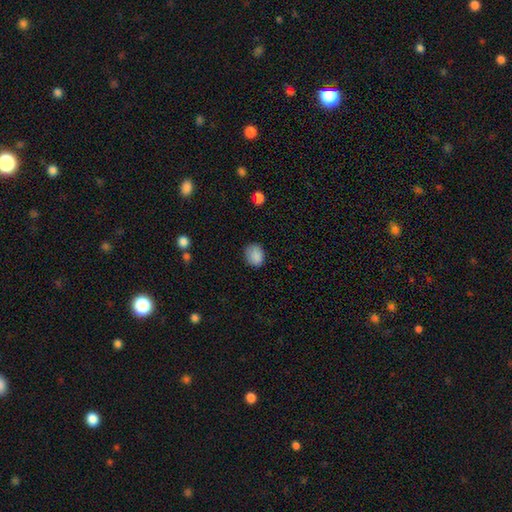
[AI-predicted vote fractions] A smooth galaxy with no disk features (87%) that is round (52%). Merging: none (77%).